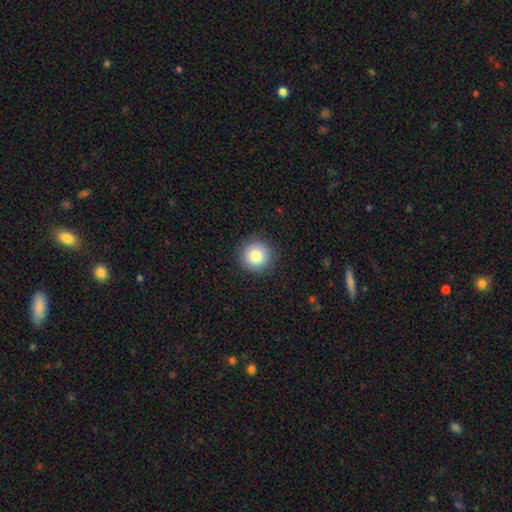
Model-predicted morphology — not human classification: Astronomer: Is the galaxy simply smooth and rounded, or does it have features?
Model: smooth — 83%.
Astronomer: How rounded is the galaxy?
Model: round — 95%.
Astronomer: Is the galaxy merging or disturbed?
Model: none — 91%.